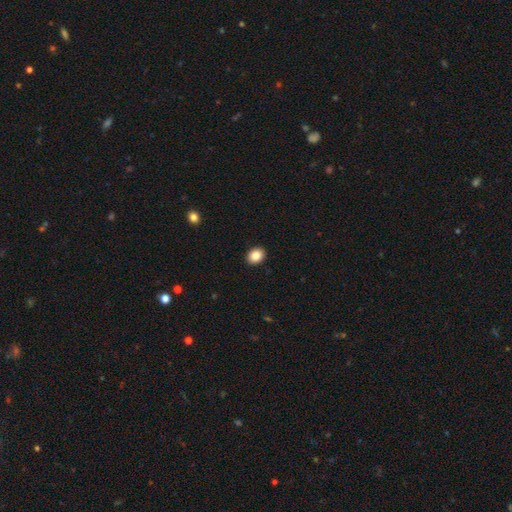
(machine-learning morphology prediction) A smooth galaxy with no disk features (86%) that is in between round and cigar-shaped (59%).

Vote fractions:
- Smooth or featured? smooth: 86% / star or artifact: 9% / featured or disk: 6%
- How rounded? in between: 59% / round: 41% / cigar-shaped: 1%
- Merging? none: 92% / minor disturbance: 6% / major disturbance: 1% / merger: 1%